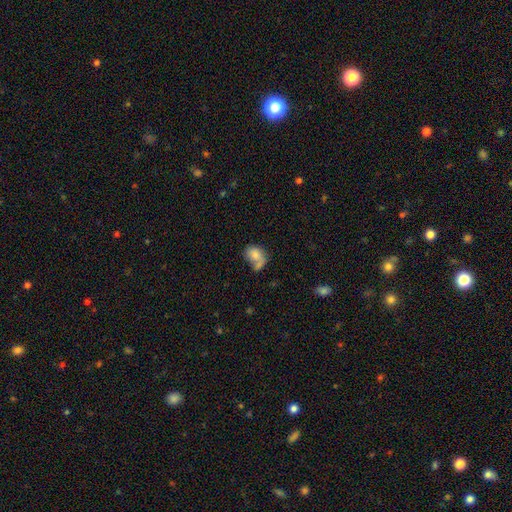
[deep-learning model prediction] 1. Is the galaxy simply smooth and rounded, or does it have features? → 73% smooth, 18% featured or disk, 9% star or artifact.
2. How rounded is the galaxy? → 69% in between, 30% round, 1% cigar-shaped.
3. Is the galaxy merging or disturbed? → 33% none (tied), 33% merger (tied), 20% minor disturbance, 15% major disturbance.